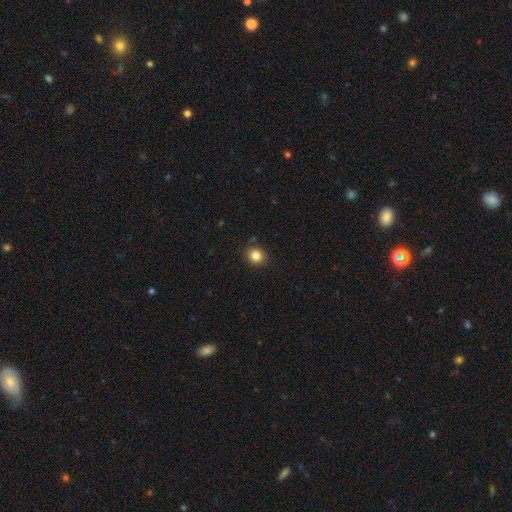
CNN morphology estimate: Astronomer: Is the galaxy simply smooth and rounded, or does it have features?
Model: smooth — 84%.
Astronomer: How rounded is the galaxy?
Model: round — 84%.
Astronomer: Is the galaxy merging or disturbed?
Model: none — 89%.